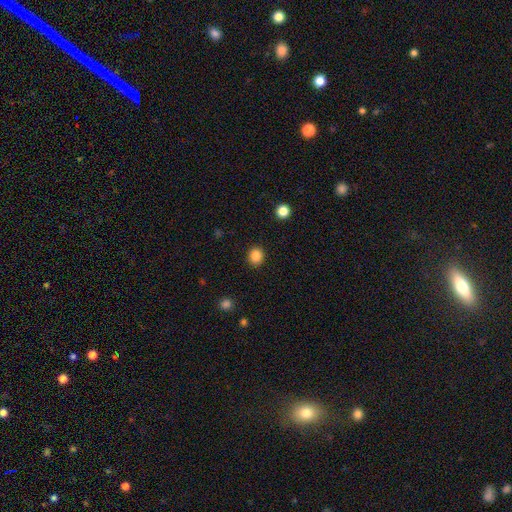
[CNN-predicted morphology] Q: Smooth or featured?
A: smooth (86%); runner-up: star or artifact (10%)
Q: How rounded?
A: round (78%); runner-up: in between (21%)
Q: Merging?
A: none (91%); runner-up: minor disturbance (6%)